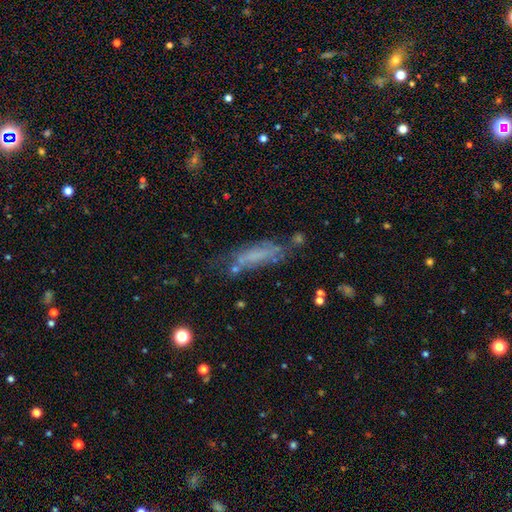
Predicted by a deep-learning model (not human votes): Q: Smooth or featured?
A: smooth (49%); runner-up: featured or disk (36%)
Q: Merging?
A: none (50%); runner-up: minor disturbance (25%)